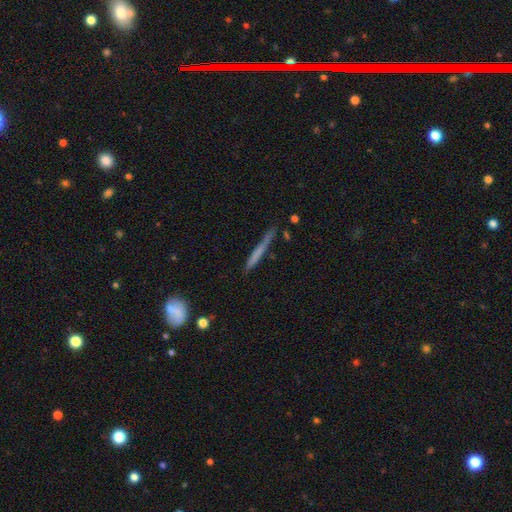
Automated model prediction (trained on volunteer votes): Smooth or featured? smooth (54%)
How rounded? cigar-shaped (96%)
Merging? none (78%)